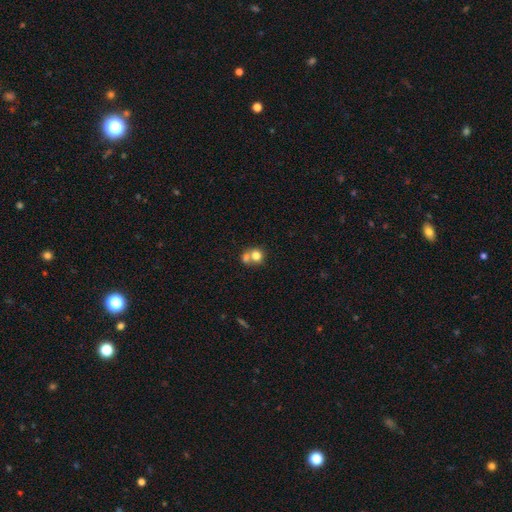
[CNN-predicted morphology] Smooth or featured?
  - smooth: 75% *
  - featured or disk: 15%
  - star or artifact: 10%
How rounded?
  - round: 77% *
  - in between: 22%
  - cigar-shaped: 1%
Merging?
  - merger: 57% *
  - none: 33%
  - minor disturbance: 7%
  - major disturbance: 3%